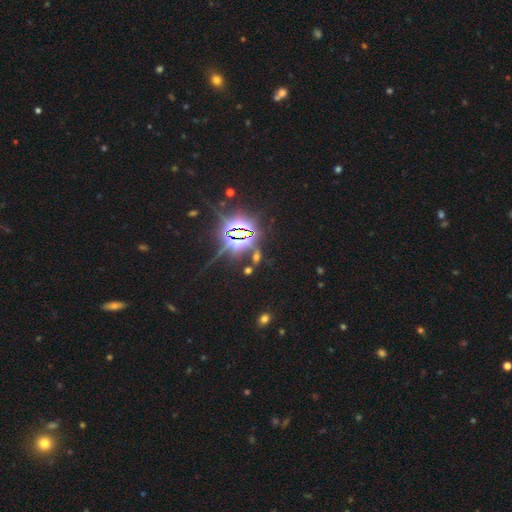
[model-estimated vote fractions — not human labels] The model was most divided on "smooth or featured": star or artifact: 84%, featured or disk: 9%, smooth: 8%.